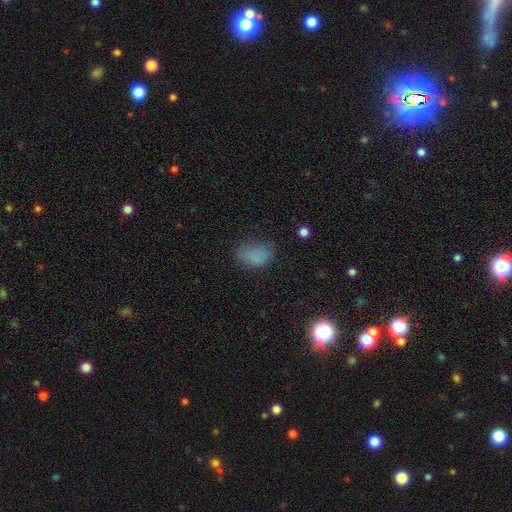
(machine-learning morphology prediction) Q: Smooth or featured?
A: smooth (78%); runner-up: star or artifact (14%)
Q: How rounded?
A: in between (86%); runner-up: round (13%)
Q: Merging?
A: none (66%); runner-up: minor disturbance (23%)